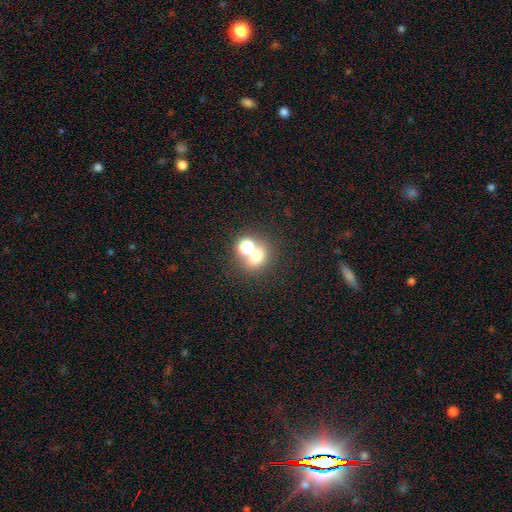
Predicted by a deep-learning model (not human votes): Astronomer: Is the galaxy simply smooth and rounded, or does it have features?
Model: smooth — 65%.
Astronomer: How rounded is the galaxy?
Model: round — 62%.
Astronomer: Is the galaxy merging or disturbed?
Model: none — 47% (runner-up: merger, 42%).